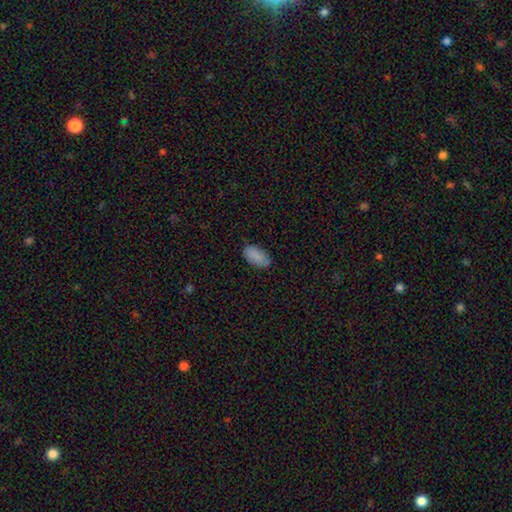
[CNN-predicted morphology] type=smooth (87%); roundness=in between (94%); merging=none (77%).